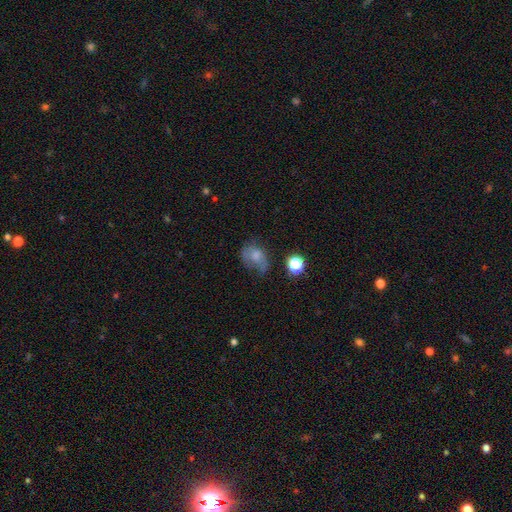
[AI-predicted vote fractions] Q: Smooth or featured?
A: smooth (61%); runner-up: featured or disk (25%)
Q: How rounded?
A: in between (61%); runner-up: round (38%)
Q: Merging?
A: none (34%); runner-up: minor disturbance (32%)